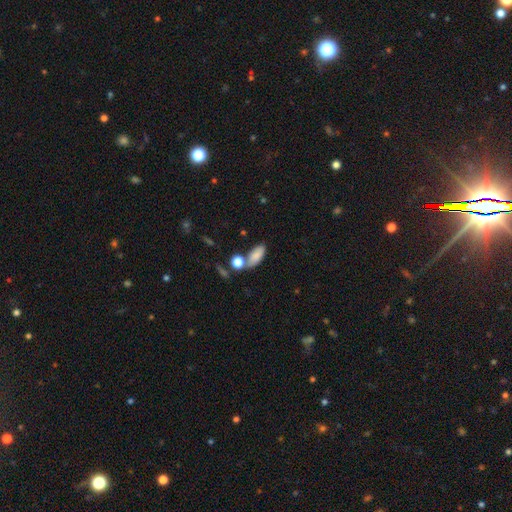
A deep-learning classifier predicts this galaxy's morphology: smooth_or_featured: smooth (p=0.83) [alt: featured or disk p=0.09]
how_rounded: in between (p=0.86) [alt: cigar-shaped p=0.10]
merging: none (p=0.56) [alt: merger p=0.22]